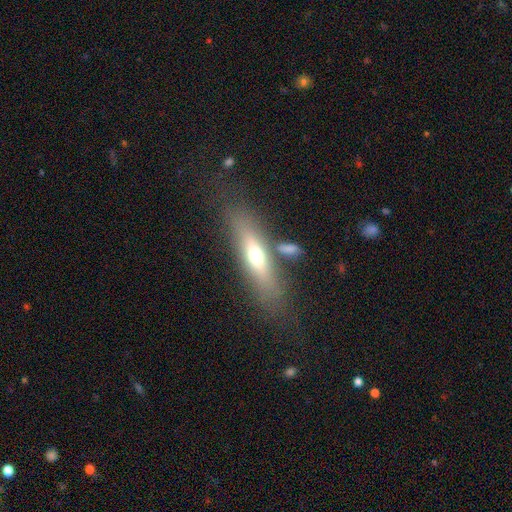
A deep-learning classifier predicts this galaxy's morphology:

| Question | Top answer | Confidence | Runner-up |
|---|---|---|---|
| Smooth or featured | smooth | 51% | featured or disk (40%) |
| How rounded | cigar-shaped | 61% | in between (36%) |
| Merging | none | 67% | minor disturbance (14%) |